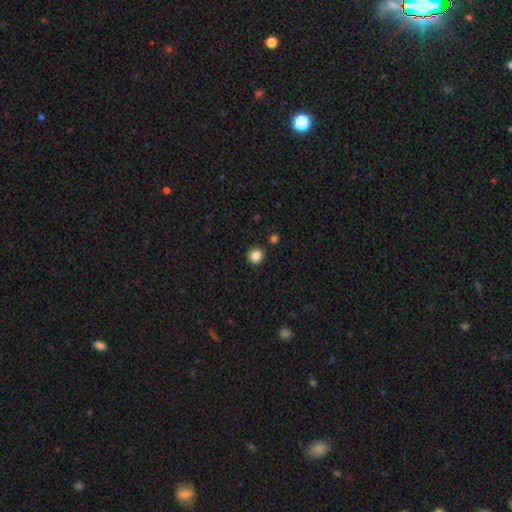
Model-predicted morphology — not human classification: Smooth or featured: smooth — 85% (star or artifact — 10%)
How rounded: round — 81% (in between — 18%)
Merging: none — 88% (minor disturbance — 7%)